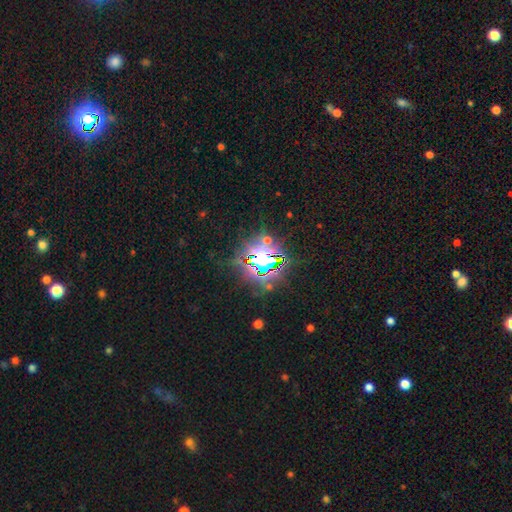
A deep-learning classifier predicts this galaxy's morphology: Smooth or featured? Predicted: star or artifact (p=0.74).